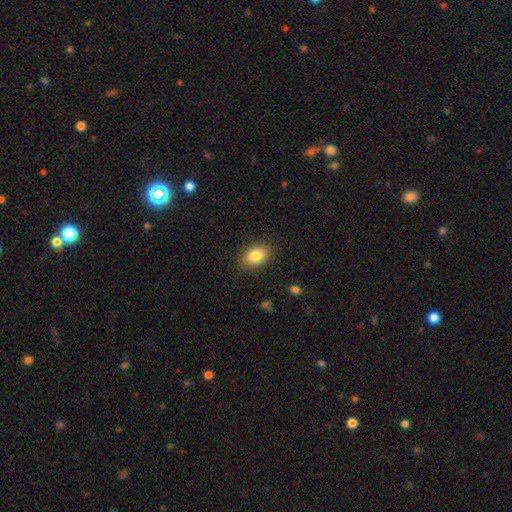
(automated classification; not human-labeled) Q: Smooth or featured?
A: smooth (84%); runner-up: featured or disk (8%)
Q: How rounded?
A: in between (85%); runner-up: round (13%)
Q: Merging?
A: none (87%); runner-up: minor disturbance (9%)